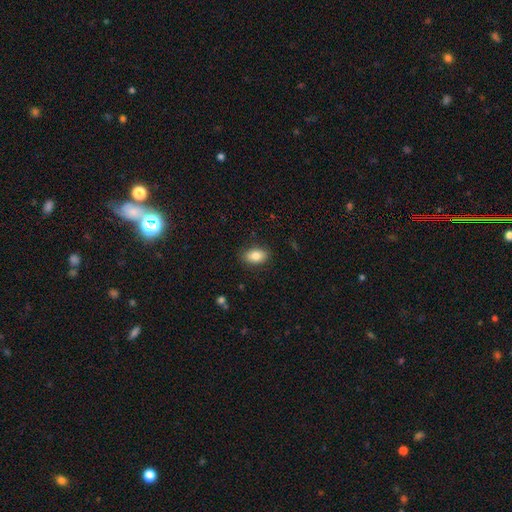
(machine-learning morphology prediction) The model was most divided on "smooth or featured": smooth: 83%, featured or disk: 9%, star or artifact: 8%. More confident: how rounded — in between (89%); merging — none (86%).